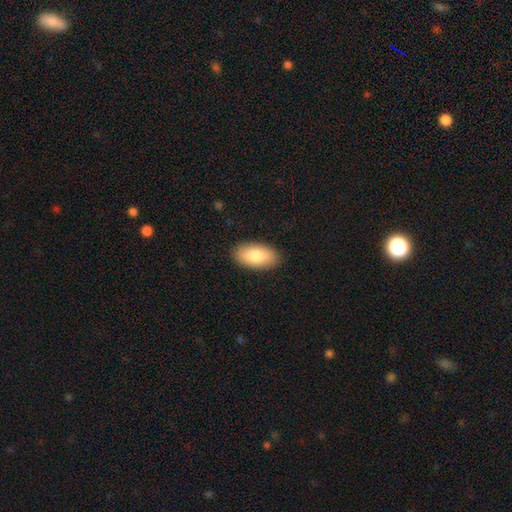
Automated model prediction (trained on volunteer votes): The model was most divided on "smooth or featured": smooth: 81%, featured or disk: 13%, star or artifact: 6%. More confident: how rounded — in between (94%); merging — none (89%).